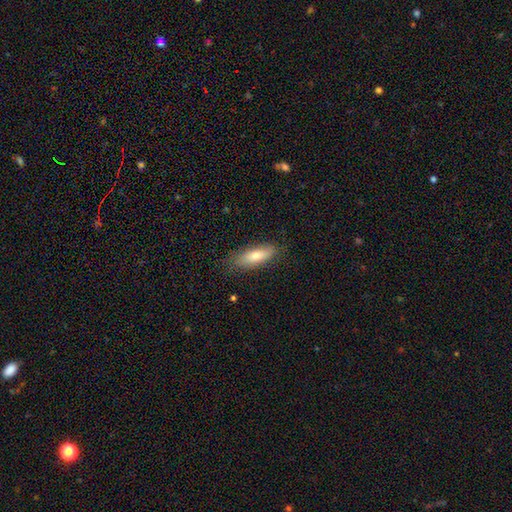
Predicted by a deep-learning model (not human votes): This is likely a smooth galaxy (76%). How rounded: possibly in between (55%). Merging: clearly none (82%).